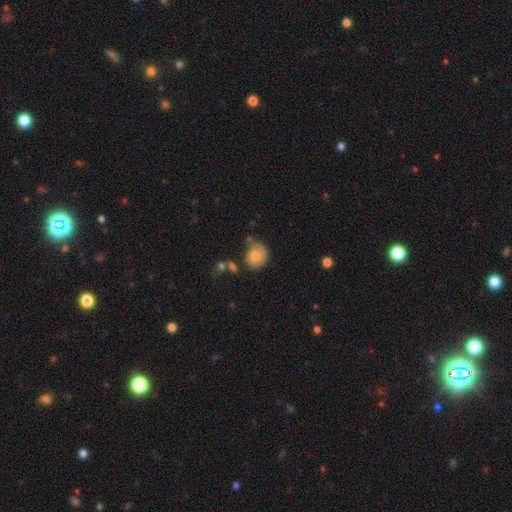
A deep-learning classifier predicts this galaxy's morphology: Smooth or featured?
  - smooth: 68% *
  - featured or disk: 23%
  - star or artifact: 8%
How rounded?
  - round: 69% *
  - in between: 30%
  - cigar-shaped: 1%
Merging?
  - none: 50% *
  - minor disturbance: 30%
  - major disturbance: 11%
  - merger: 9%